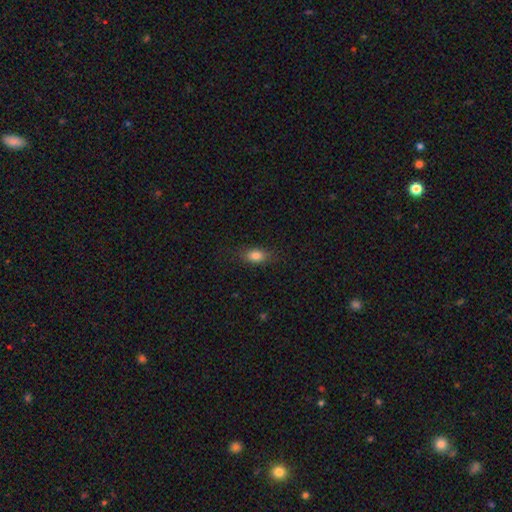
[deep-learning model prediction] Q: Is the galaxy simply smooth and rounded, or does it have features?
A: smooth — 81%.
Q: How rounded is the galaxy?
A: in between — 81%.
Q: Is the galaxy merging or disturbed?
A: none — 81%.